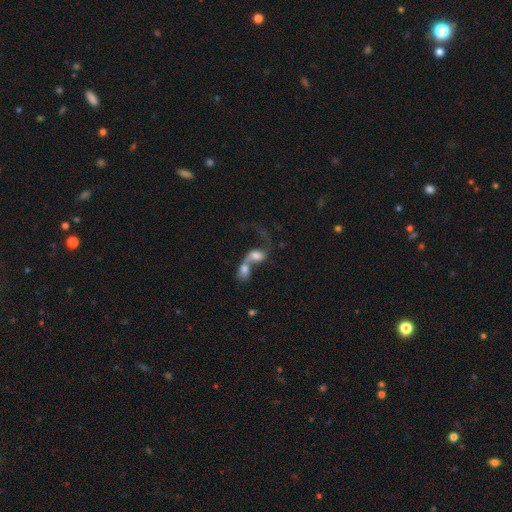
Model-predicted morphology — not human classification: A smooth galaxy with no disk features (47%). Merging: merger (81%).